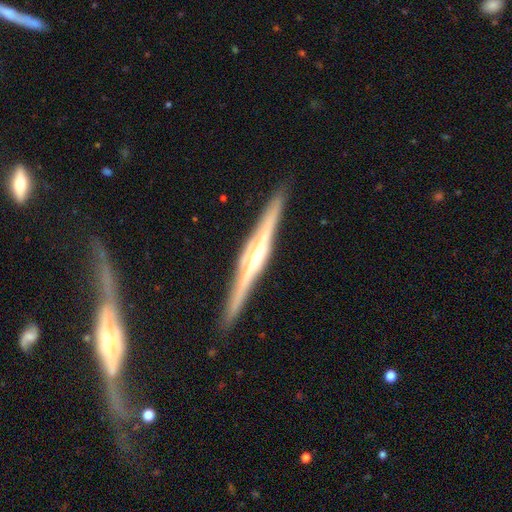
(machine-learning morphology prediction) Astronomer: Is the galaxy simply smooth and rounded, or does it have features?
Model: featured or disk — 85%.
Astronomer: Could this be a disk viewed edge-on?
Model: yes — 98%.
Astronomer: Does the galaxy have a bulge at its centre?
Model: rounded — 70%.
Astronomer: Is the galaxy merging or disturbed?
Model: none — 90%.